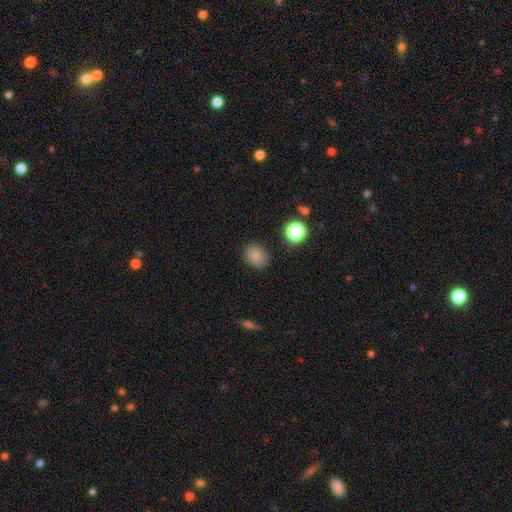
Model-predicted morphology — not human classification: This appears to be a smooth galaxy with no disk features (83%) that is round (52%). Merging: none (84%).